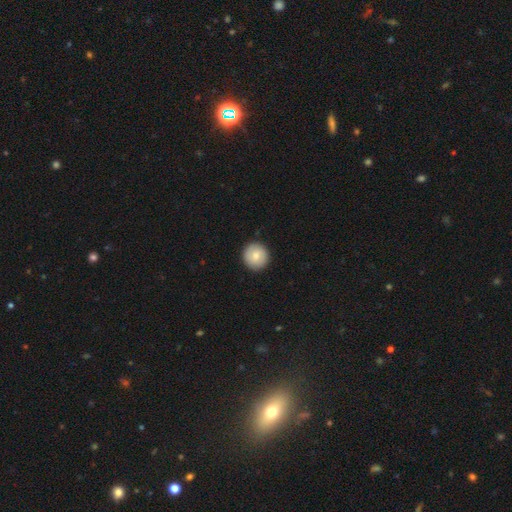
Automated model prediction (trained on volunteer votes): This appears to be a smooth galaxy with no disk features (78%) that is round (94%). Merging: none (92%).